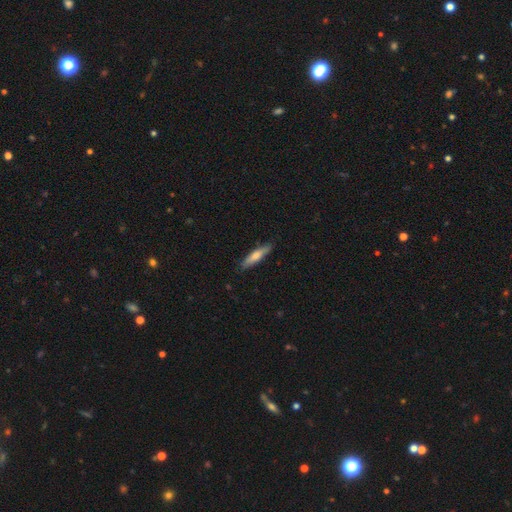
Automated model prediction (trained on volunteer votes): This is likely a smooth galaxy (63%). How rounded: clearly cigar-shaped (82%). Merging: clearly none (86%).